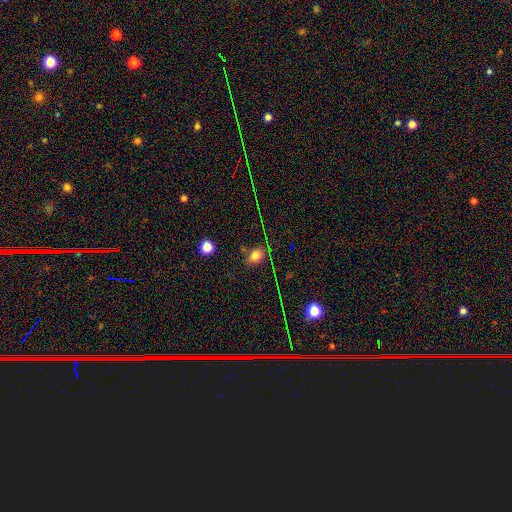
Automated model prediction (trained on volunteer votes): Q: Smooth or featured?
A: smooth (72%); runner-up: star or artifact (19%)
Q: How rounded?
A: in between (64%); runner-up: round (34%)
Q: Merging?
A: none (76%); runner-up: minor disturbance (14%)